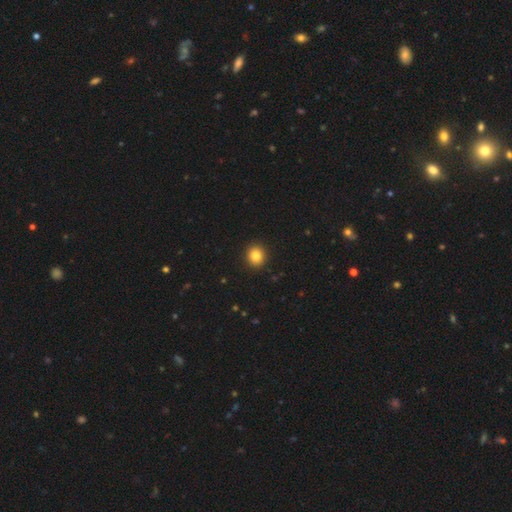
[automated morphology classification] type=smooth (84%); roundness=round (78%); merging=none (92%).